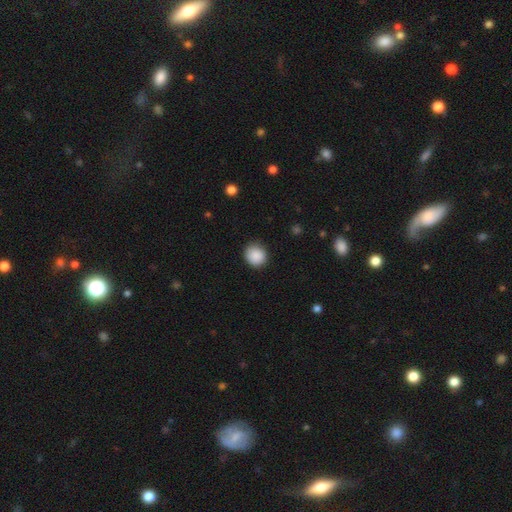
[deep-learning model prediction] This appears to be a smooth galaxy with no disk features (89%) that is round (86%). Merging: none (87%).